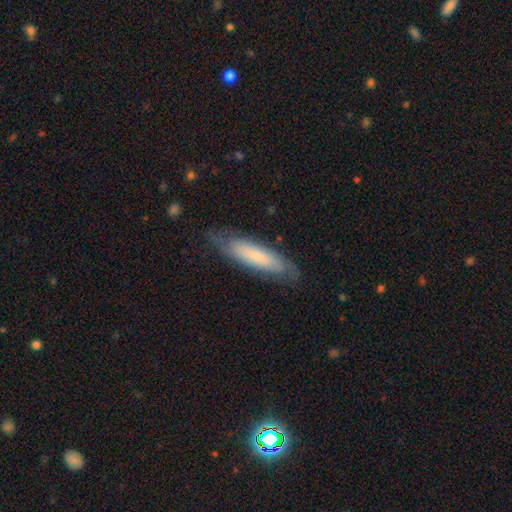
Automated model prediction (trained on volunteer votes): Smooth or featured: smooth — 57% (featured or disk — 36%)
How rounded: cigar-shaped — 65% (in between — 34%)
Merging: none — 75% (minor disturbance — 18%)